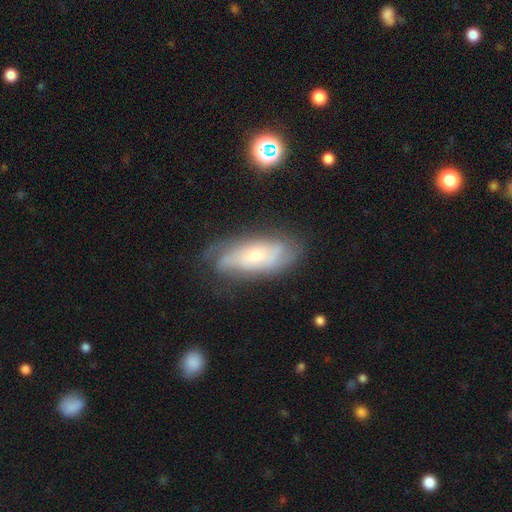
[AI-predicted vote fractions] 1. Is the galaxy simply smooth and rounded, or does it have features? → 70% featured or disk, 23% smooth, 7% star or artifact.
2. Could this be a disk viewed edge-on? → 88% no, 12% yes.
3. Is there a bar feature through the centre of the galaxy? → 71% no, 24% weak, 5% strong.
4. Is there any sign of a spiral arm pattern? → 87% yes, 13% no.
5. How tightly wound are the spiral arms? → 52% tight, 34% medium, 14% loose.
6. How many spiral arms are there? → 50% can't tell, 28% 2, 10% 3, 5% 1, 4% 4, 3% more than 4.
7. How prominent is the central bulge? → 53% small, 42% moderate, 3% large, 2% none, 1% dominant.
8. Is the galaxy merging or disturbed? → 64% none, 24% minor disturbance, 10% major disturbance, 2% merger.